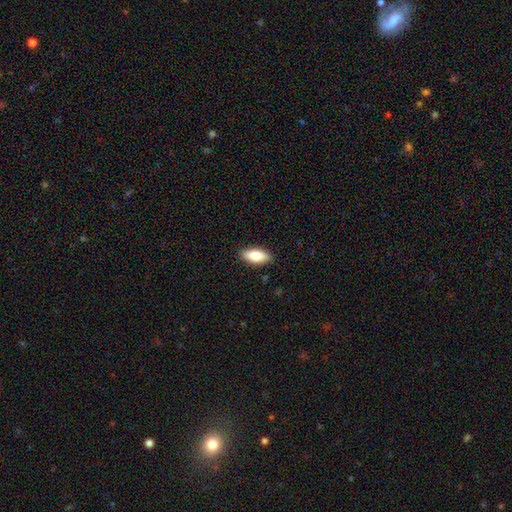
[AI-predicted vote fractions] A smooth galaxy with no disk features (80%) that is in between round and cigar-shaped (85%). Merging: none (88%).